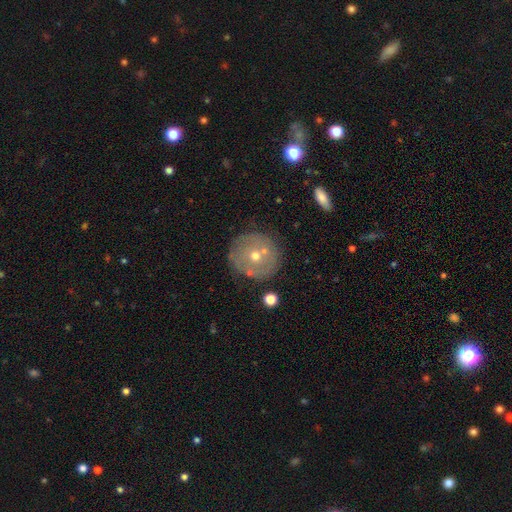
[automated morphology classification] Q: Smooth or featured?
A: smooth (46%); runner-up: featured or disk (43%)
Q: Merging?
A: none (76%); runner-up: minor disturbance (12%)